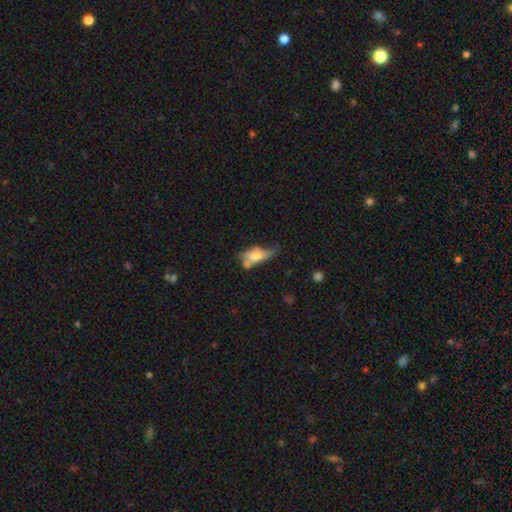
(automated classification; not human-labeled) Overall: smooth (54%; featured or disk 37%). How rounded: in between (79%). Merging: none (27%; major disturbance 26%).